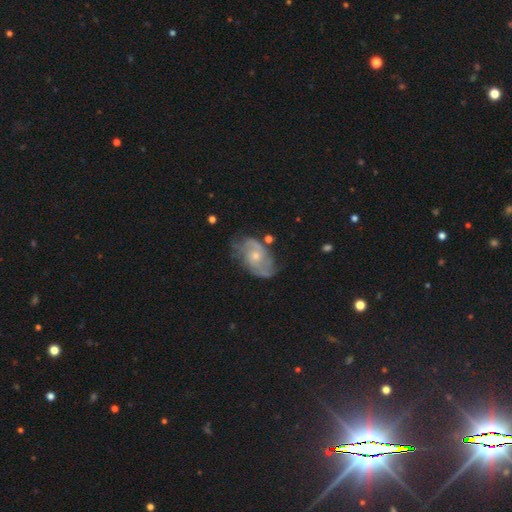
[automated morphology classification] A featured or disk galaxy (77%) with no bar (71%), 2 (68%) medium (44%) spiral arms (89%) and a small central bulge (59%). Merging: none (61%).